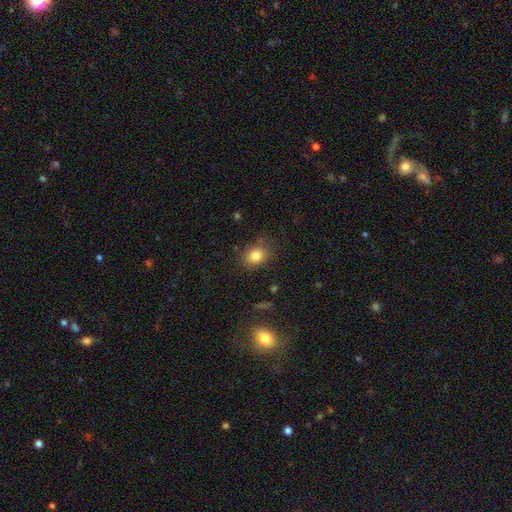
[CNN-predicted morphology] The model was most divided on "how rounded": round: 52%, in between: 47%, cigar-shaped: 1%. More confident: smooth or featured — smooth (82%); merging — none (79%).